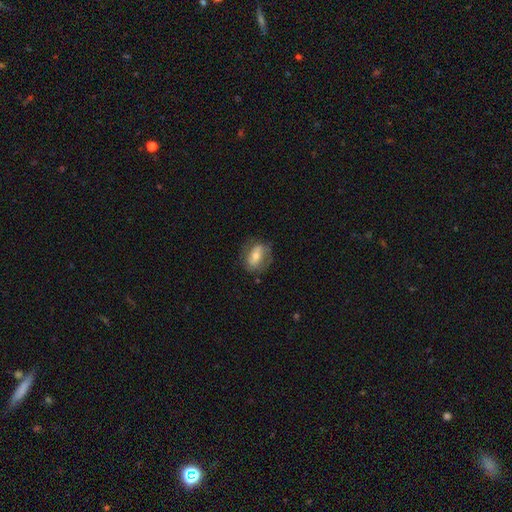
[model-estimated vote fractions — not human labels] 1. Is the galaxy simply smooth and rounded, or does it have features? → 52% featured or disk, 41% smooth, 8% star or artifact.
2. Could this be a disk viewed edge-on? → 92% no, 8% yes.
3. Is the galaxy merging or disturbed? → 71% none, 19% minor disturbance, 9% major disturbance, 2% merger.